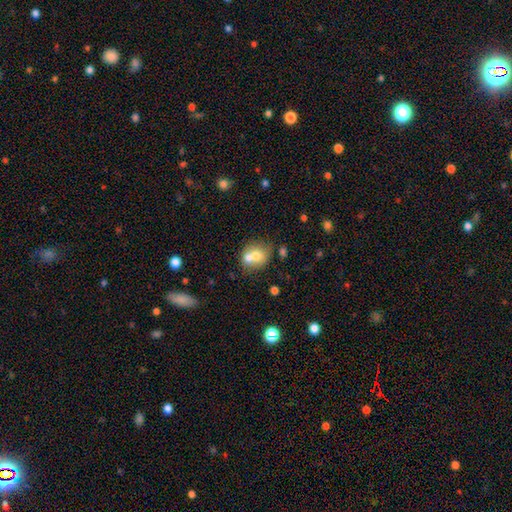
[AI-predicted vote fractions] This appears to be a smooth galaxy with no disk features (67%) that is round (67%). Merging: merger (50%).